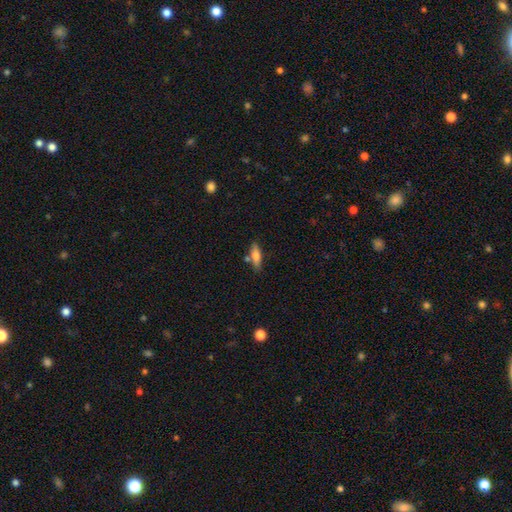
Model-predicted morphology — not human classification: Smooth or featured: smooth — 67% (featured or disk — 26%)
How rounded: cigar-shaped — 54% (in between — 44%)
Merging: none — 72% (minor disturbance — 14%)